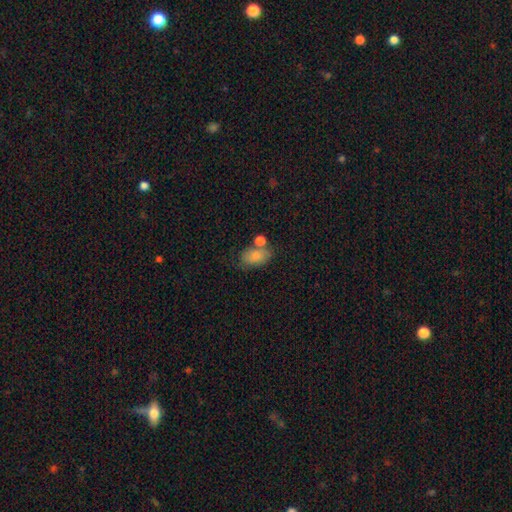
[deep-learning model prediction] Smooth or featured: smooth — 81% (featured or disk — 11%)
How rounded: in between — 87% (round — 12%)
Merging: none — 52% (merger — 23%)